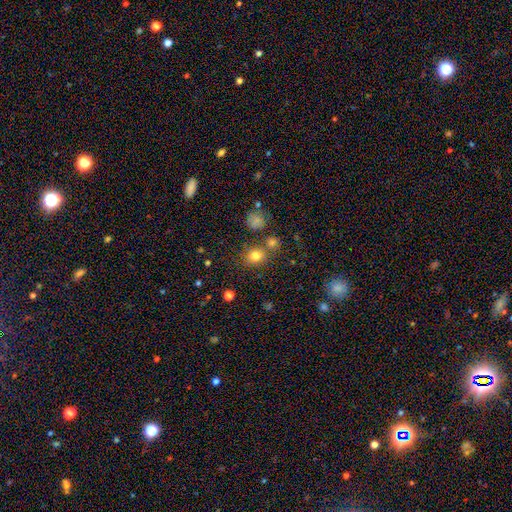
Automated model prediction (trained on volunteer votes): This is likely a smooth galaxy (77%). How rounded: likely round (71%). Merging: likely none (70%).